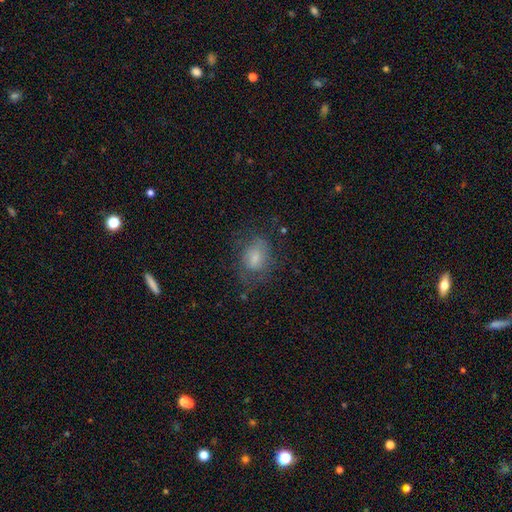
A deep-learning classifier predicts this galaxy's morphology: A smooth galaxy with no disk features (62%) that is in between round and cigar-shaped (73%).

Vote fractions:
- Smooth or featured? smooth: 62% / featured or disk: 28% / star or artifact: 11%
- How rounded? in between: 73% / round: 26% / cigar-shaped: 2%
- Merging? none: 56% / minor disturbance: 24% / major disturbance: 18% / merger: 2%